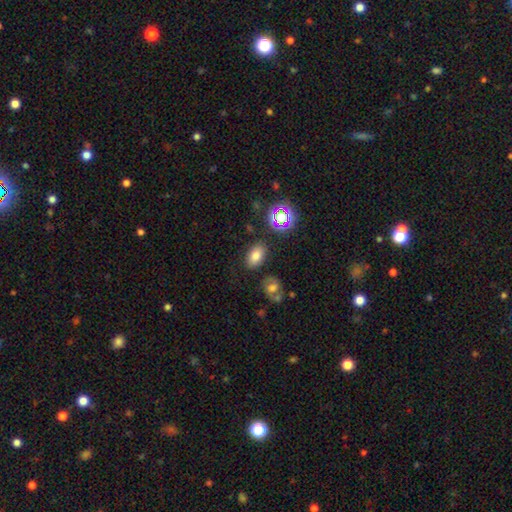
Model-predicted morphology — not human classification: Smooth or featured: smooth — 75% (star or artifact — 15%)
How rounded: in between — 88% (round — 10%)
Merging: none — 82% (minor disturbance — 11%)